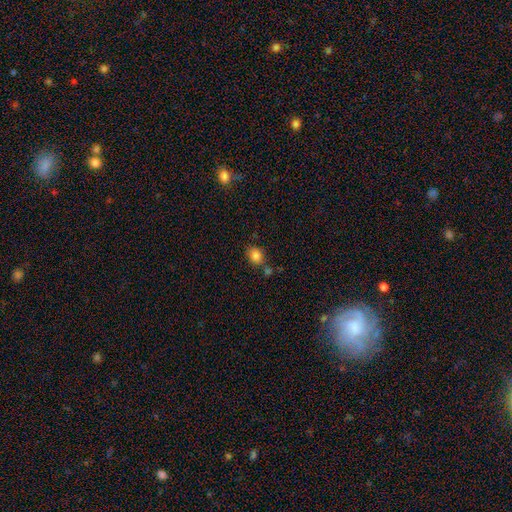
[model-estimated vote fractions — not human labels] A smooth galaxy with no disk features (84%) that is round (61%).

Vote fractions:
- Smooth or featured? smooth: 84% / star or artifact: 11% / featured or disk: 6%
- How rounded? round: 61% / in between: 38% / cigar-shaped: 1%
- Merging? none: 69% / merger: 14% / minor disturbance: 13% / major disturbance: 4%